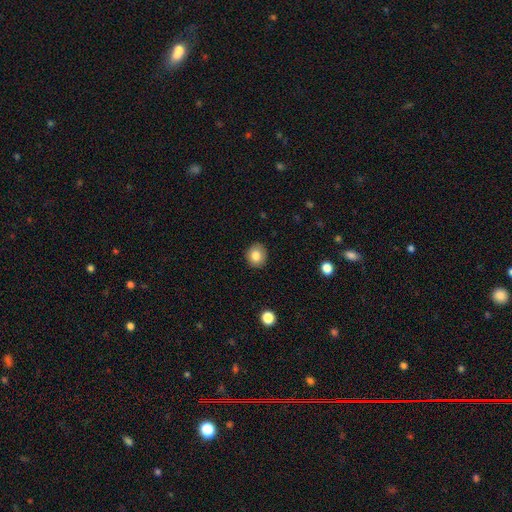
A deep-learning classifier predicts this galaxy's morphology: smooth_or_featured: smooth (p=0.83) [alt: star or artifact p=0.09]
how_rounded: round (p=0.80) [alt: in between p=0.19]
merging: none (p=0.88) [alt: minor disturbance p=0.09]